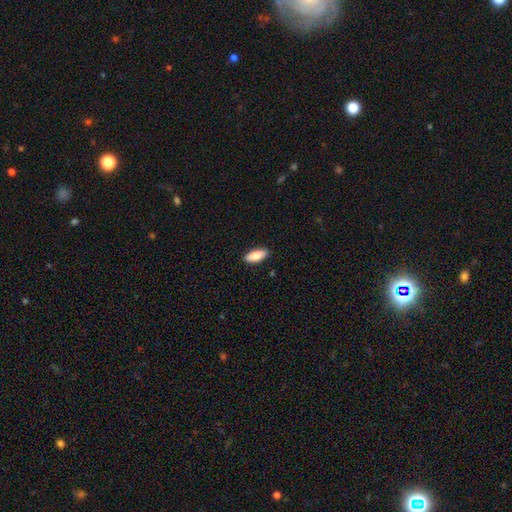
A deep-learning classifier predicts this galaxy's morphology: Smooth or featured? Predicted: smooth (p=0.82). How rounded? Predicted: in between (p=0.77). Merging? Predicted: none (p=0.89).